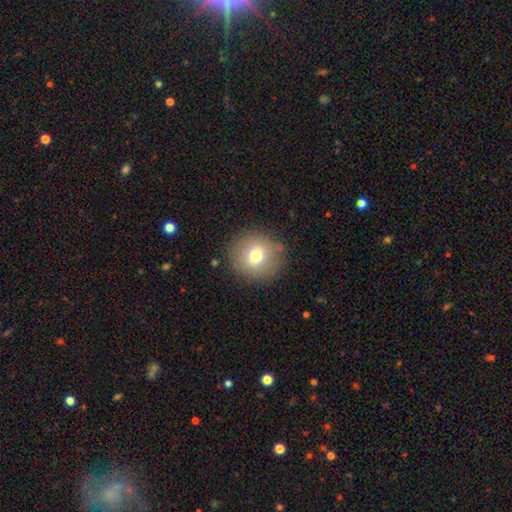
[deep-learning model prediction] Morphology: type=smooth (70%); roundness=round (92%); merging=none (87%).